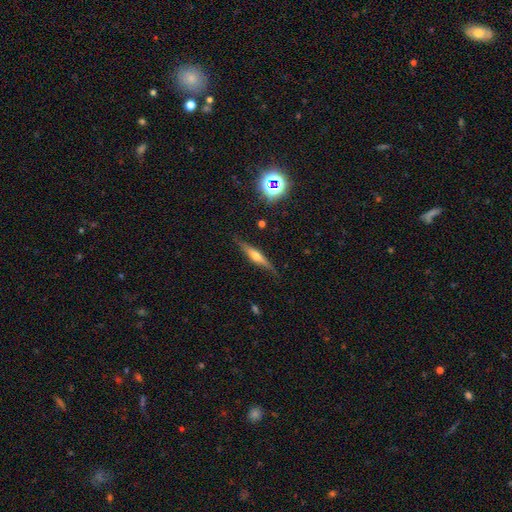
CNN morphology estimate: This is possibly a featured or disk galaxy (59%). It is clearly viewed edge-on (94%). Edge-on bulge: clearly rounded (82%). Merging: clearly none (83%).